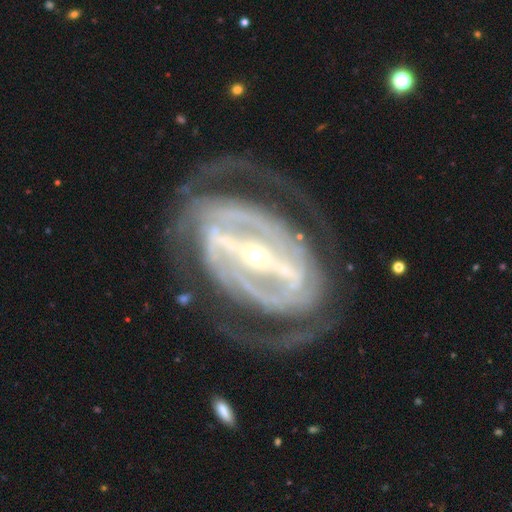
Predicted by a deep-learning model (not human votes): smooth-or-featured: featured or disk: 92% | star or artifact: 4% | smooth: 4%
  disk-edge-on: no: 94% | yes: 6%
    bar: strong: 85% | weak: 10% | no: 5%
    has-spiral-arms: yes: 88% | no: 12%
      spiral-winding: tight: 54% | medium: 34% | loose: 12%
      spiral-arm-count: 2: 53% | can't tell: 21% | 3: 10% | 4: 6% | 1: 5% | more than 4: 5%
    bulge-size: small: 82% | moderate: 14% | large: 2% | dominant: 1% | none: 1%
  merging: none: 65% | major disturbance: 18% | minor disturbance: 15% | merger: 2%